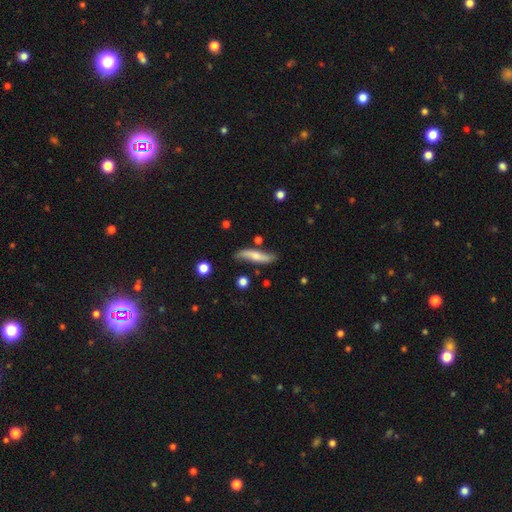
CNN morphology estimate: Smooth or featured? Predicted: featured or disk (p=0.47, tied with smooth). Merging? Predicted: none (p=0.71).